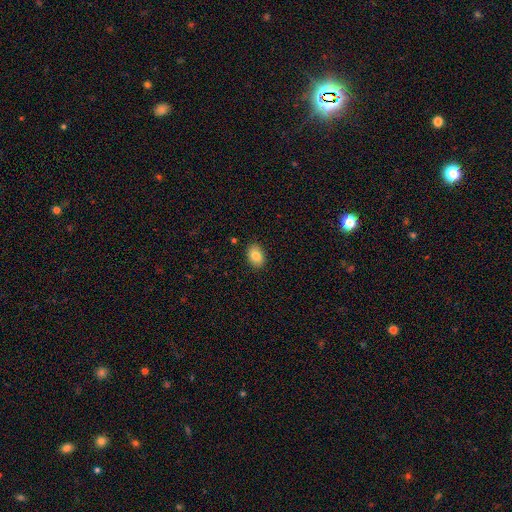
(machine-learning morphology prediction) Smooth or featured: smooth — 84% (featured or disk — 8%)
How rounded: in between — 81% (round — 18%)
Merging: none — 89% (minor disturbance — 8%)